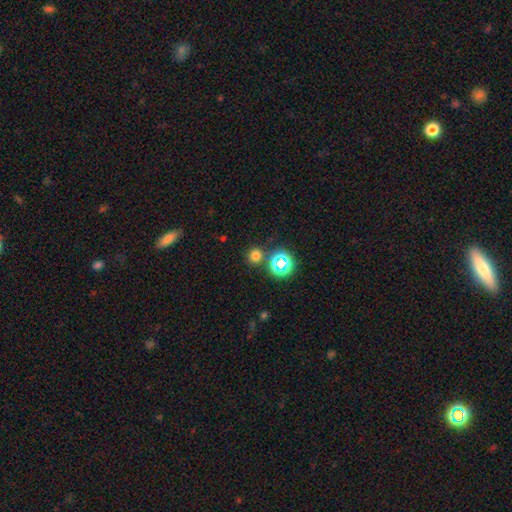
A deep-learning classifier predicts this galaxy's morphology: Smooth or featured? smooth (71%)
How rounded? round (90%)
Merging? none (81%)